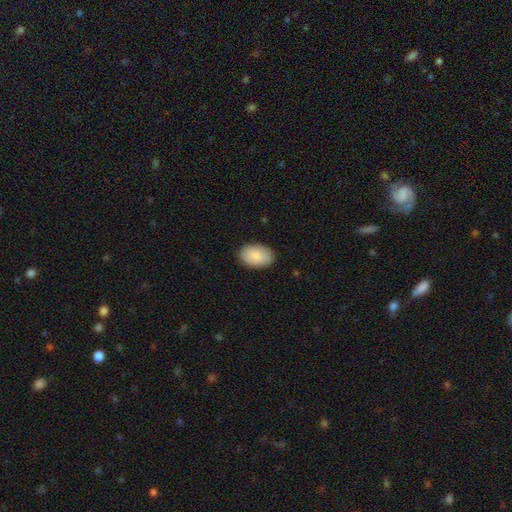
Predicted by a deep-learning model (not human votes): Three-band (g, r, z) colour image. It shows a smooth galaxy with no disk features (89%) that is in between round and cigar-shaped (92%). Merging: none (88%).